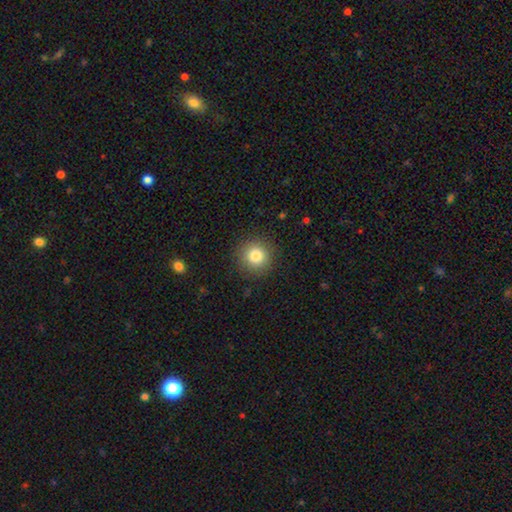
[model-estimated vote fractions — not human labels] This is clearly a smooth galaxy (83%). How rounded: clearly round (94%). Merging: clearly none (90%).